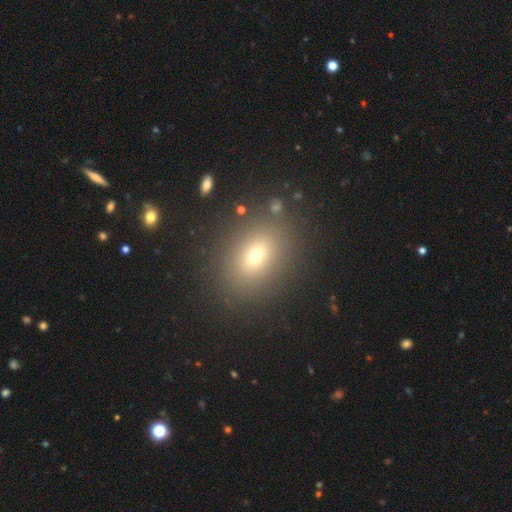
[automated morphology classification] This appears to be a smooth galaxy with no disk features (64%) that is in between round and cigar-shaped (63%). Merging: none (86%).